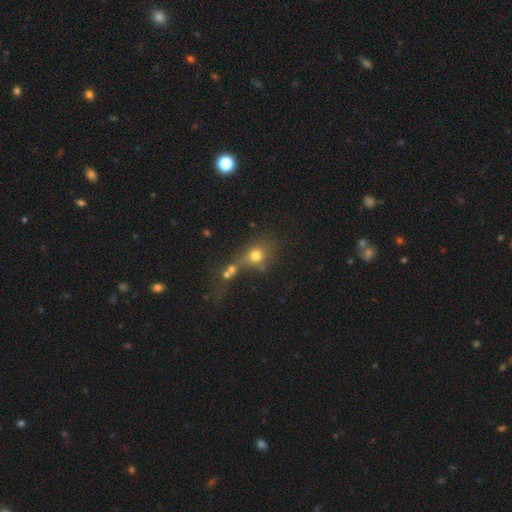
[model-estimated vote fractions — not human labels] Smooth or featured? smooth (69%)
How rounded? round (74%)
Merging? merger (43%)